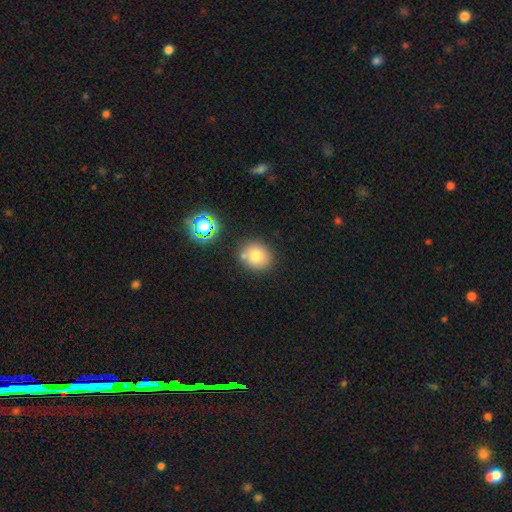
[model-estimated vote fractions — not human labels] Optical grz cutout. It shows a smooth galaxy with no disk features (76%) that is round (75%). Merging: none (74%).